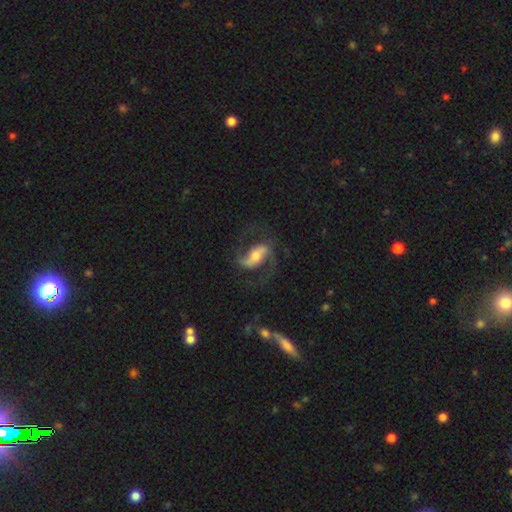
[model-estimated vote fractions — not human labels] A featured or disk galaxy (81%) with a strong bar (45%), 2 (91%) medium (50%) spiral arms (94%) and a moderate central bulge (56%). Merging: none (68%).